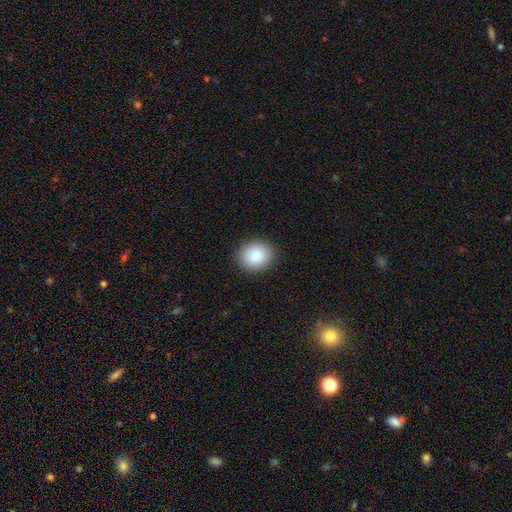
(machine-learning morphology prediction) A smooth galaxy with no disk features (88%) that is round (74%).

Vote fractions:
- Smooth or featured? smooth: 88% / star or artifact: 8% / featured or disk: 4%
- How rounded? round: 74% / in between: 25% / cigar-shaped: 1%
- Merging? none: 90% / minor disturbance: 7% / major disturbance: 2% / merger: 1%